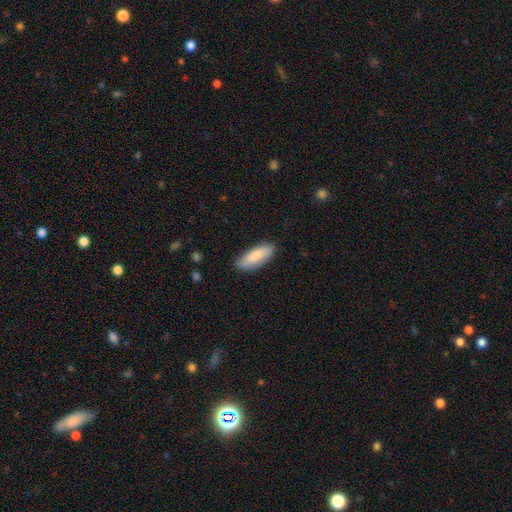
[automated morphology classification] Smooth or featured? smooth (83%)
How rounded? in between (64%)
Merging? none (82%)